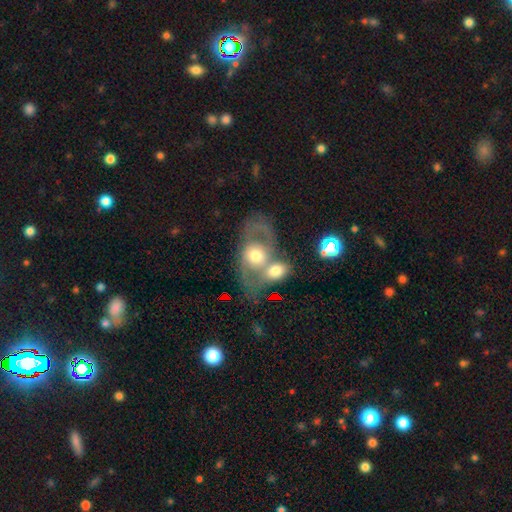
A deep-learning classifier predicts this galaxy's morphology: A featured or disk galaxy (58%) with no bar (78%), no spiral arms (51%) and a moderate central bulge (58%). Merging: merger (47%).